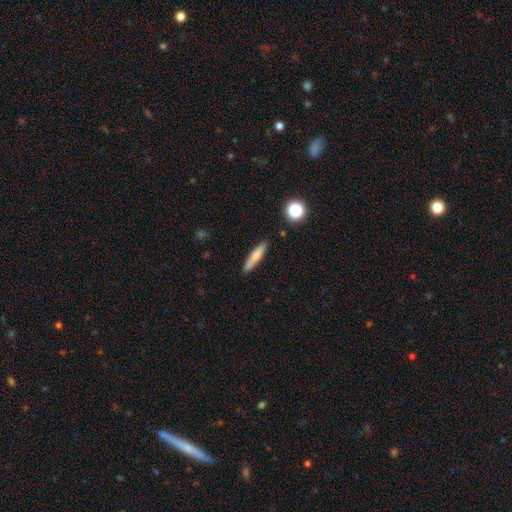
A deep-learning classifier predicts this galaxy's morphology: A smooth galaxy with no disk features (70%) that is cigar-shaped (88%). Merging: none (84%).